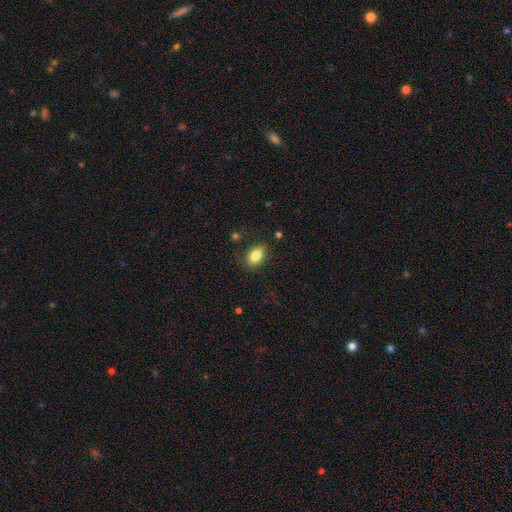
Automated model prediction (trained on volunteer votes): Smooth or featured? Predicted: smooth (p=0.85). How rounded? Predicted: in between (p=0.85). Merging? Predicted: none (p=0.82).